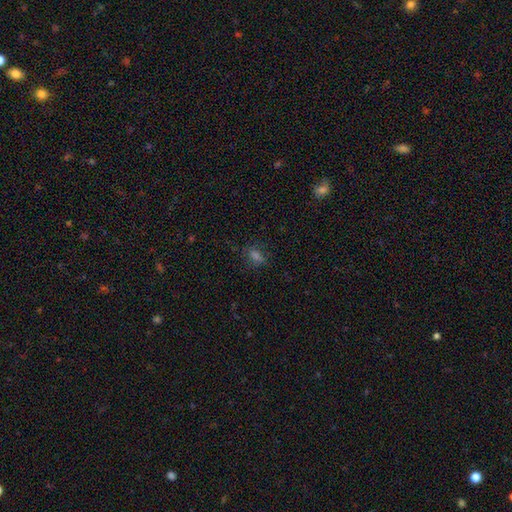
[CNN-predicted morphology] Overall: smooth (53%; star or artifact 34%). How rounded: in between (67%). Merging: none (74%).